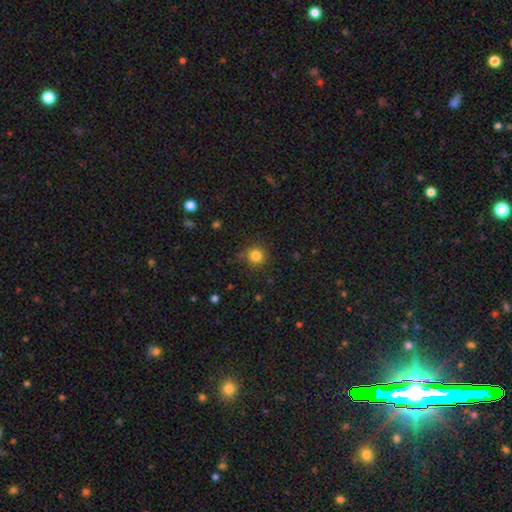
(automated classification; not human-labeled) smooth_or_featured: smooth (p=0.82) [alt: star or artifact p=0.13]
how_rounded: round (p=0.93) [alt: in between p=0.06]
merging: none (p=0.85) [alt: minor disturbance p=0.10]